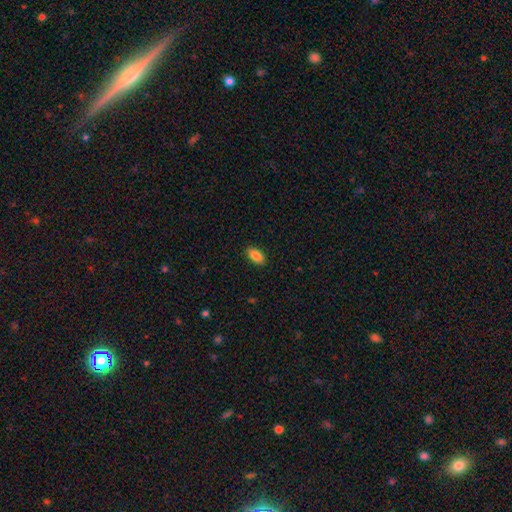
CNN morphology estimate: Q: Smooth or featured?
A: smooth (88%); runner-up: star or artifact (7%)
Q: How rounded?
A: in between (92%); runner-up: cigar-shaped (4%)
Q: Merging?
A: none (89%); runner-up: minor disturbance (8%)